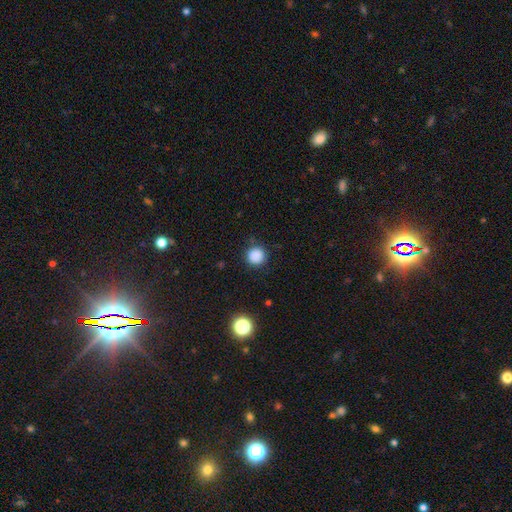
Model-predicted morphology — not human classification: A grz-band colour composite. It shows a smooth galaxy with no disk features (85%) that is round (94%). Merging: none (86%).